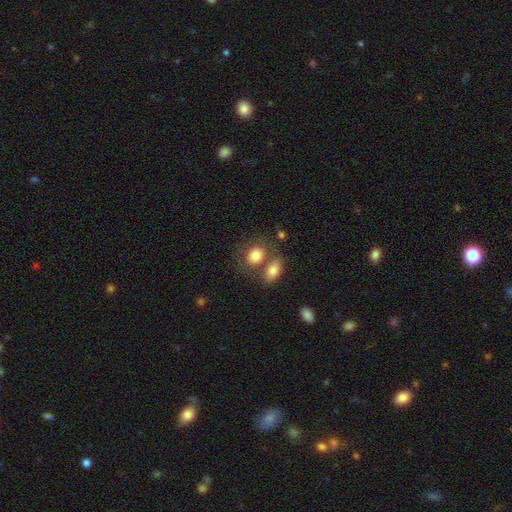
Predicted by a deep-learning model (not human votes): A smooth galaxy with no disk features (82%) that is round (51%).

Vote fractions:
- Smooth or featured? smooth: 82% / featured or disk: 11% / star or artifact: 8%
- How rounded? round: 51% / in between: 48% / cigar-shaped: 1%
- Merging? none: 47% / merger: 36% / minor disturbance: 12% / major disturbance: 5%